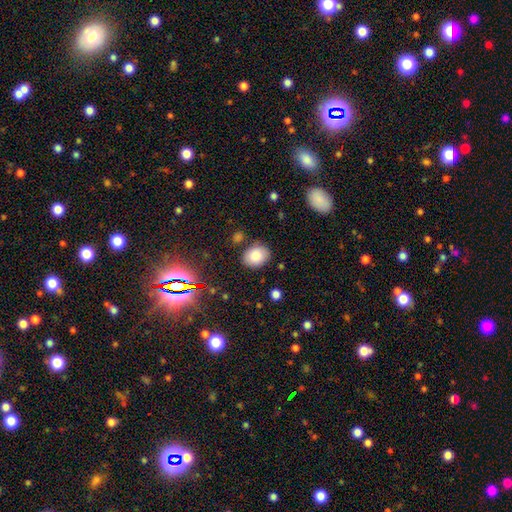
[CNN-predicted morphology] This is clearly a smooth galaxy (82%). How rounded: possibly in between (53%). Merging: clearly none (82%).